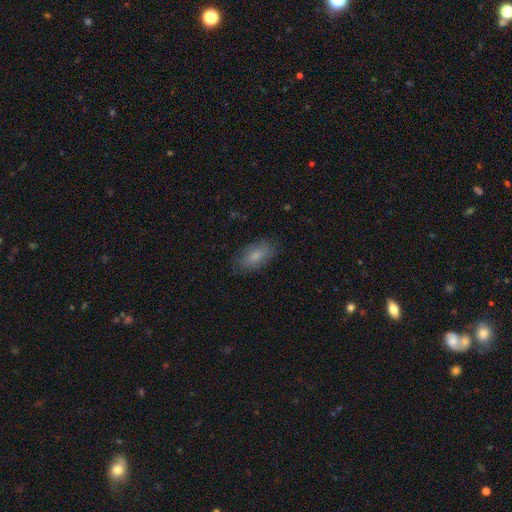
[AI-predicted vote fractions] The model was most divided on "smooth or featured": smooth: 79%, featured or disk: 13%, star or artifact: 7%. More confident: how rounded — in between (88%); merging — none (81%).